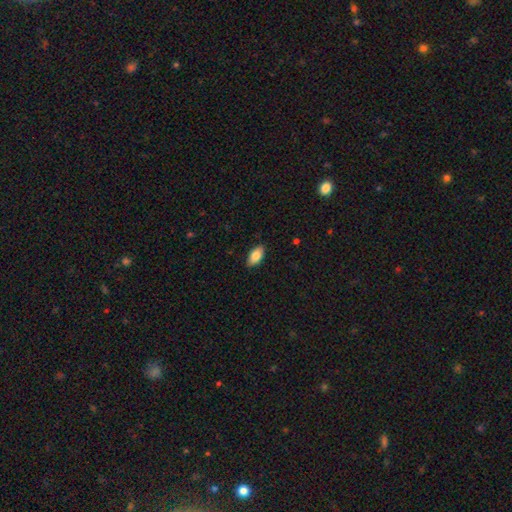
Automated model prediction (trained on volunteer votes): Overall: smooth (83%). How rounded: in between (92%). Merging: none (87%).